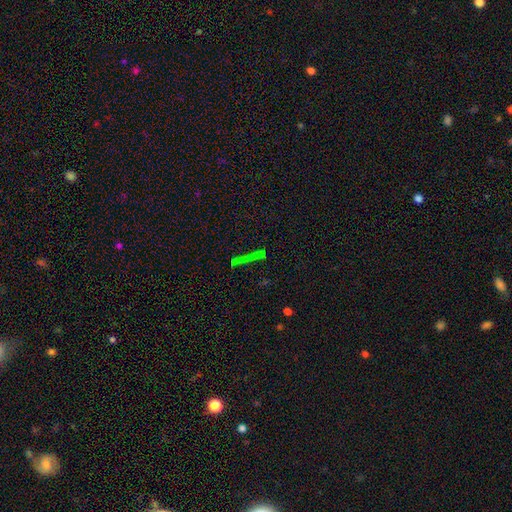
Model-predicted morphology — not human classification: Smooth or featured? star or artifact (56%)